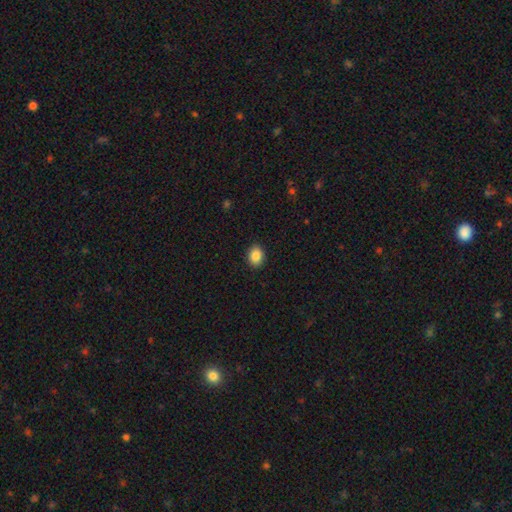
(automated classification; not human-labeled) Overall: smooth (87%). How rounded: in between (60%; round 39%). Merging: none (90%).